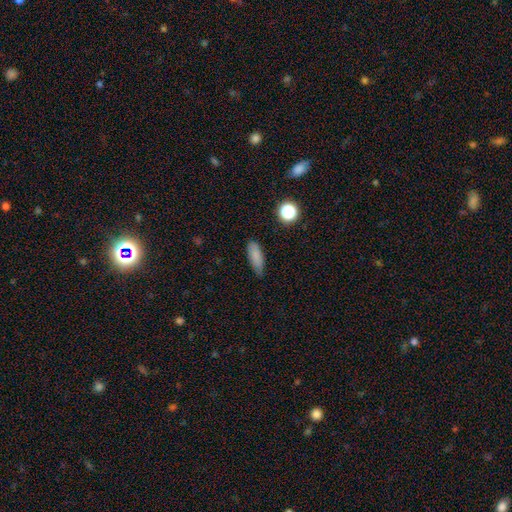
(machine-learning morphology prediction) type=smooth (82%); roundness=in between (67%); merging=none (68%).